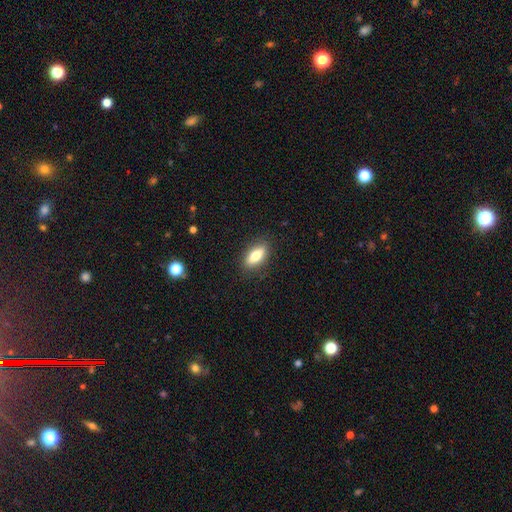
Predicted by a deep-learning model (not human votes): smooth_or_featured: smooth (p=0.74) [alt: featured or disk p=0.19]
how_rounded: in between (p=0.77) [alt: cigar-shaped p=0.20]
merging: none (p=0.87) [alt: minor disturbance p=0.10]